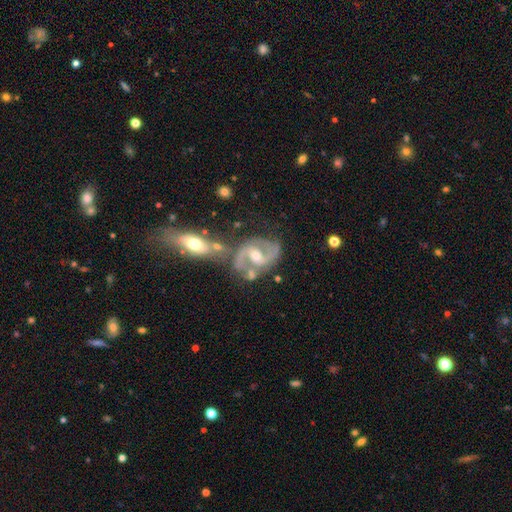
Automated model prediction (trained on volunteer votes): Morphology: type=featured or disk (88%); edge-on=no (96%); bar=weak (46%); spiral arms=yes (95%); winding=medium (58%); arm count=2 (90%); bulge=moderate (66%); merging=none (50%).